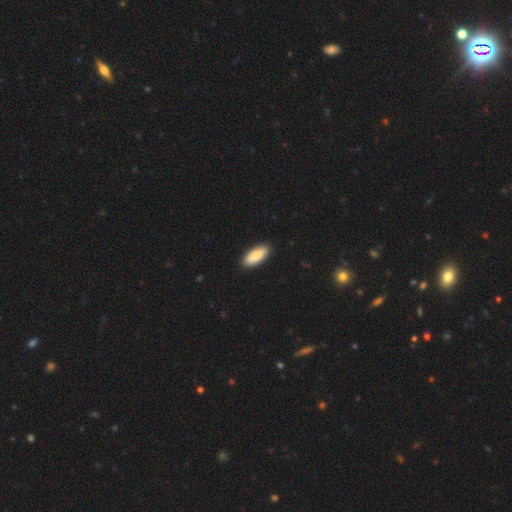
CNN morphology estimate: type=smooth (88%); roundness=in between (83%); merging=none (91%).